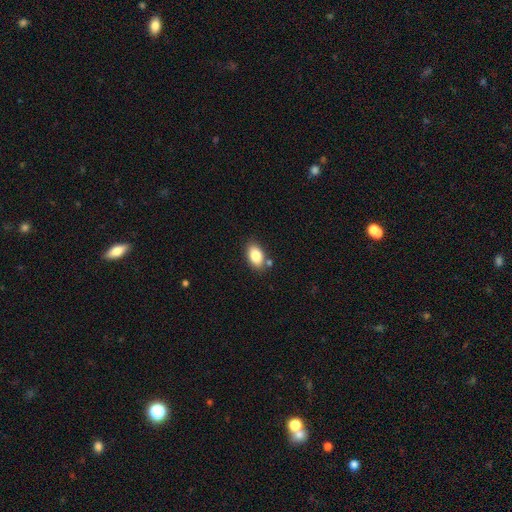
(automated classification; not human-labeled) This is clearly a smooth galaxy (84%). How rounded: clearly in between (89%). Merging: likely none (77%).